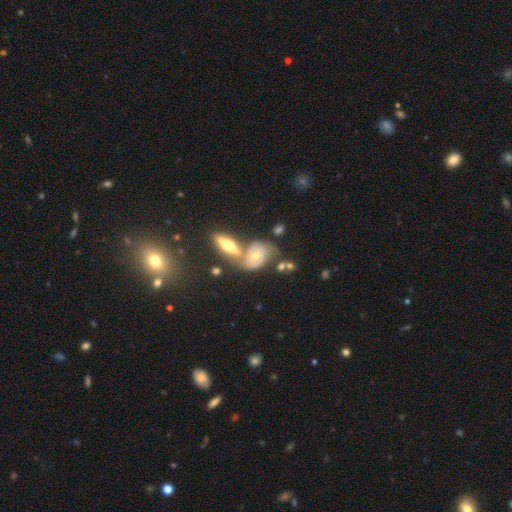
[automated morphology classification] The model was most divided on "merging": none: 38%, merger: 37%, minor disturbance: 17%, major disturbance: 9%. More confident: edge-on disk — no (80%); smooth or featured — featured or disk (58%).